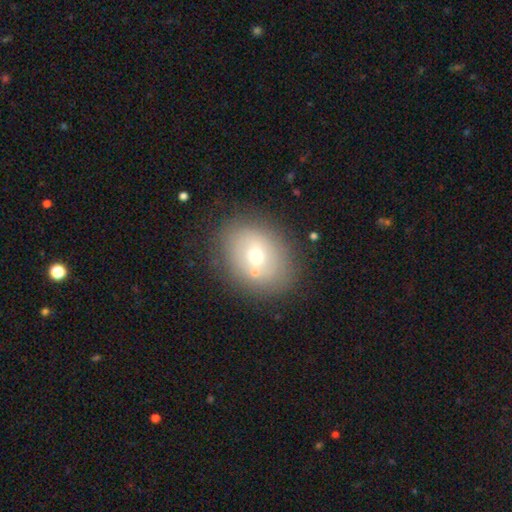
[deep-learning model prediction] A smooth galaxy with no disk features (61%) that is in between round and cigar-shaped (55%). Merging: none (73%).